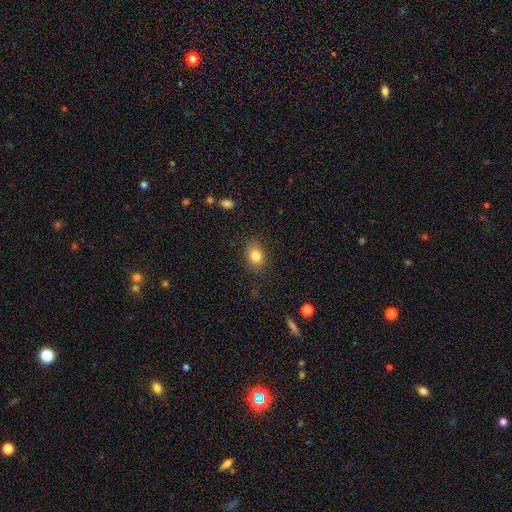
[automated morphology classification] Smooth or featured: smooth — 82% (star or artifact — 10%)
How rounded: in between — 65% (round — 34%)
Merging: none — 83% (minor disturbance — 12%)